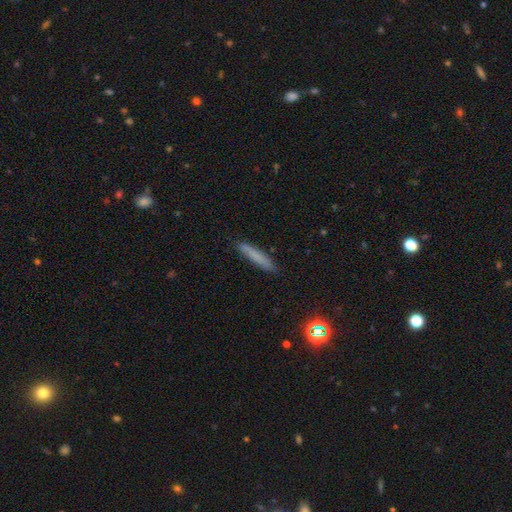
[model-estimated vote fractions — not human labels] A smooth galaxy with no disk features (75%) that is cigar-shaped (93%).

Vote fractions:
- Smooth or featured? smooth: 75% / featured or disk: 16% / star or artifact: 9%
- How rounded? cigar-shaped: 93% / in between: 5% / round: 1%
- Merging? none: 88% / minor disturbance: 9% / major disturbance: 2% / merger: 1%